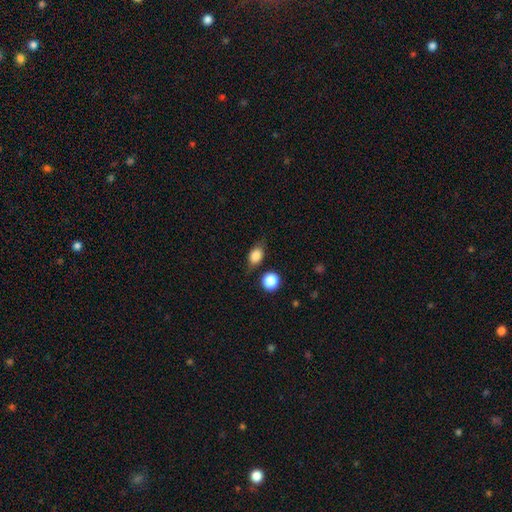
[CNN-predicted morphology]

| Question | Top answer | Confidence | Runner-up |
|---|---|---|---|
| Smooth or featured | smooth | 81% | featured or disk (10%) |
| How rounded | in between | 70% | round (27%) |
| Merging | none | 70% | minor disturbance (19%) |